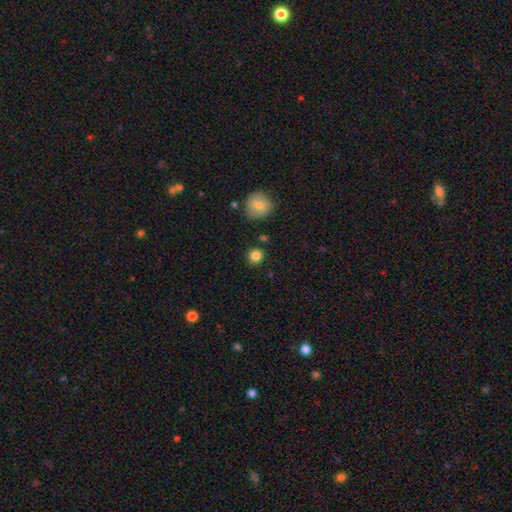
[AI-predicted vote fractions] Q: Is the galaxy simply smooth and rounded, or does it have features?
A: smooth — 84%.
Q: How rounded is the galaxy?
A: round — 91%.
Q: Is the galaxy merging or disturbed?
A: none — 87%.